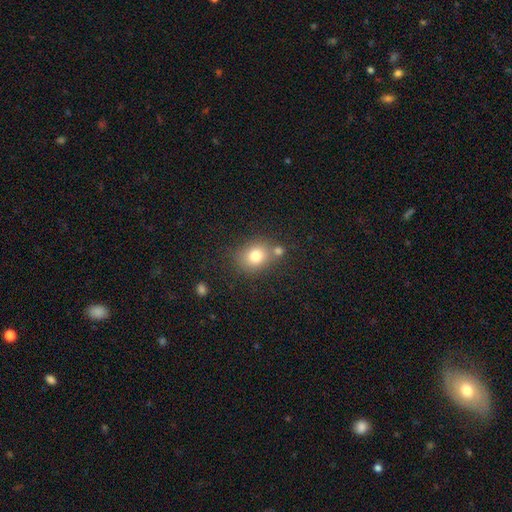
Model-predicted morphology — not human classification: A smooth galaxy with no disk features (78%) that is round (60%). Merging: none (63%).